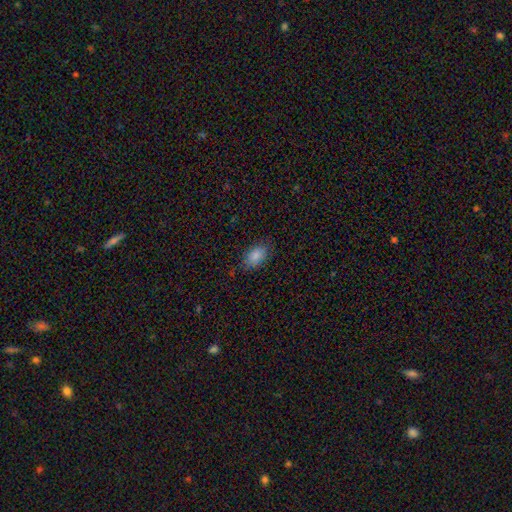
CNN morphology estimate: Smooth or featured? smooth (85%)
How rounded? in between (89%)
Merging? none (78%)